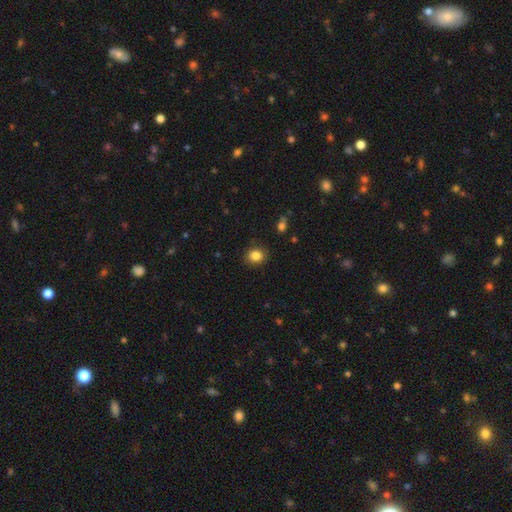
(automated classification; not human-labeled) A smooth galaxy with no disk features (84%) that is round (67%).

Vote fractions:
- Smooth or featured? smooth: 84% / star or artifact: 10% / featured or disk: 5%
- How rounded? round: 67% / in between: 32% / cigar-shaped: 1%
- Merging? none: 87% / minor disturbance: 9% / major disturbance: 2% / merger: 1%